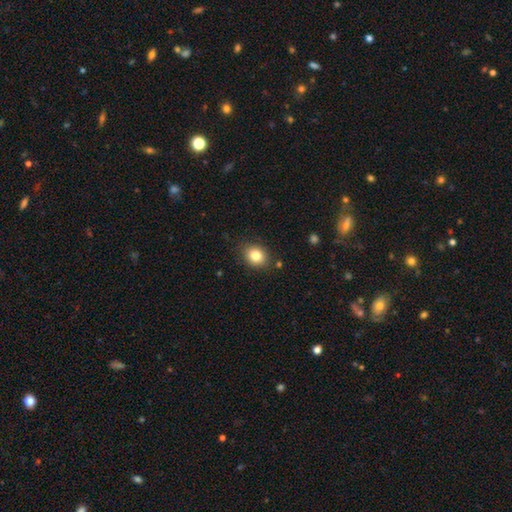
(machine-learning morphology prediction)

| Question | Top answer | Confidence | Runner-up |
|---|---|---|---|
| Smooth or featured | smooth | 83% | star or artifact (10%) |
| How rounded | round | 55% | in between (44%) |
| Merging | none | 84% | minor disturbance (11%) |